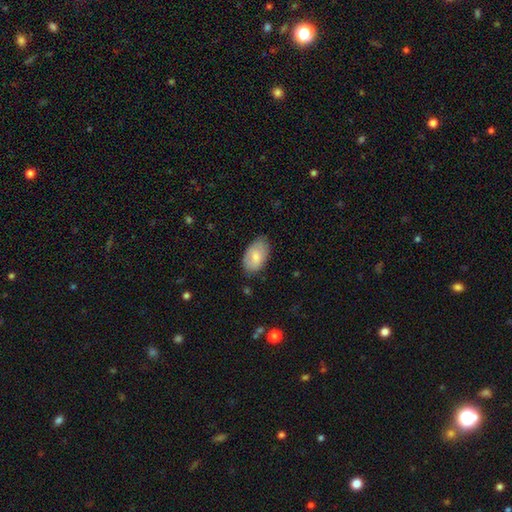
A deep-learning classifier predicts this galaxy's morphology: A smooth galaxy with no disk features (76%) that is in between round and cigar-shaped (92%). Merging: none (72%).